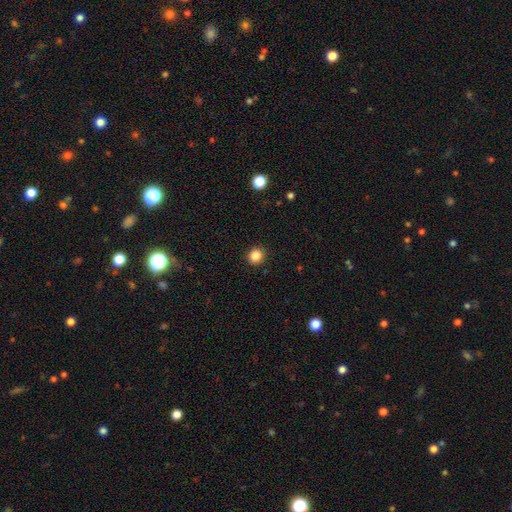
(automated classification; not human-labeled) smooth_or_featured: smooth (p=0.86) [alt: star or artifact p=0.11]
how_rounded: round (p=0.89) [alt: in between p=0.10]
merging: none (p=0.92) [alt: minor disturbance p=0.05]